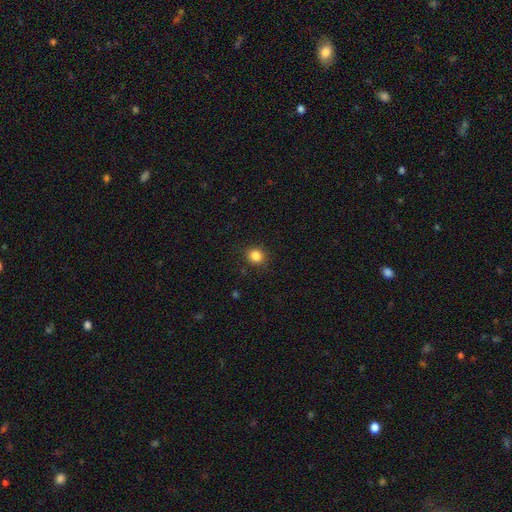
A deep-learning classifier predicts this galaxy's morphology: Smooth or featured?
  - smooth: 84% *
  - star or artifact: 11%
  - featured or disk: 4%
How rounded?
  - round: 83% *
  - in between: 16%
  - cigar-shaped: 1%
Merging?
  - none: 89% *
  - minor disturbance: 8%
  - major disturbance: 2%
  - merger: 1%